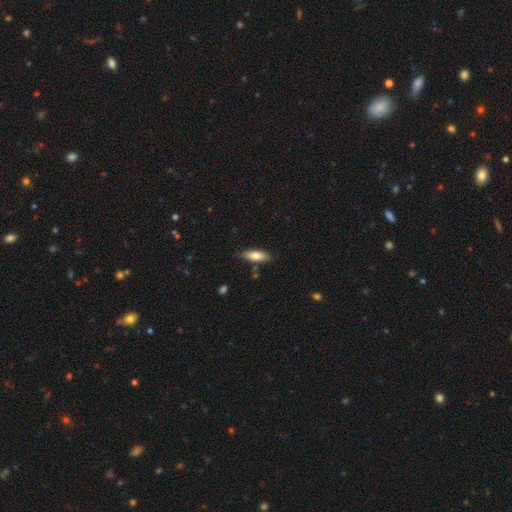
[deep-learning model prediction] The model was most divided on "how rounded": in between: 62%, cigar-shaped: 36%, round: 2%. More confident: merging — none (82%); smooth or featured — smooth (78%).